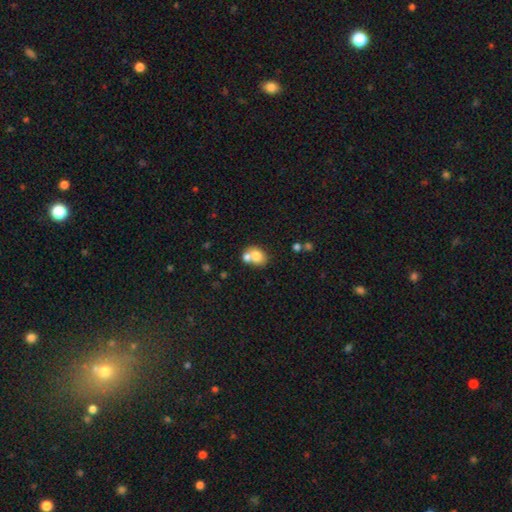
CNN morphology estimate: smooth 75%, featured or disk 16%, star or artifact 10%. Down the decision tree: how rounded — in between (57%); merging — merger (47%).